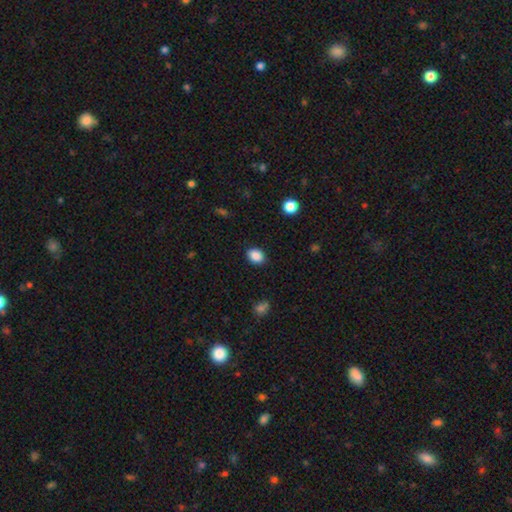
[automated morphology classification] type=smooth (88%); roundness=in between (62%); merging=none (88%).